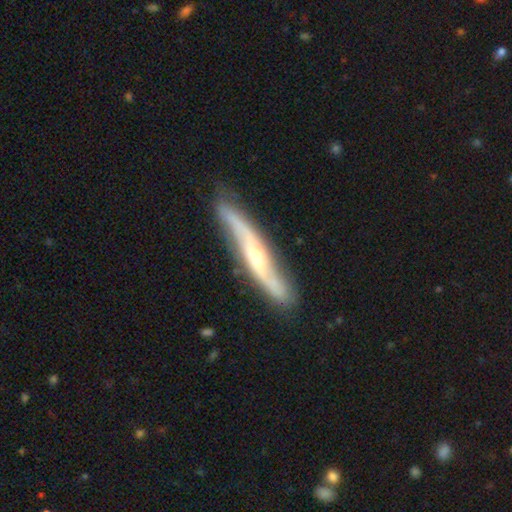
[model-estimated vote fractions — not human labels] featured or disk 78%, smooth 17%, star or artifact 5%. Down the decision tree: edge-on disk — yes (51%); merging — none (78%).